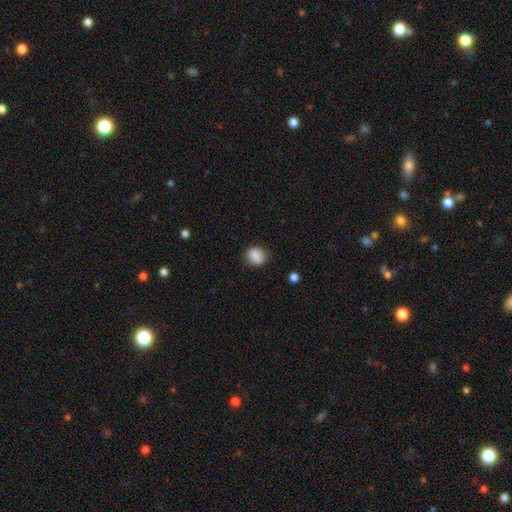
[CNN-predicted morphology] type=smooth (86%); roundness=round (77%); merging=none (83%).